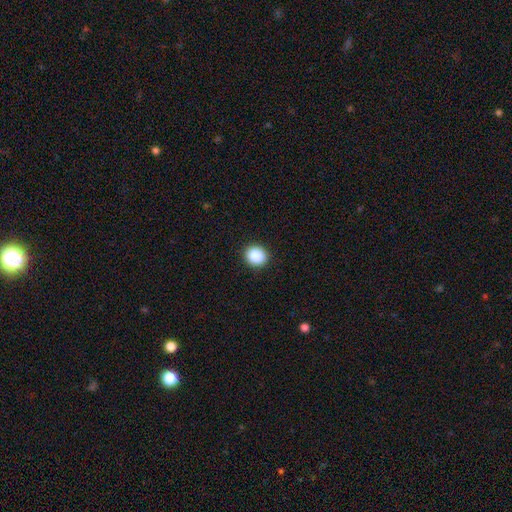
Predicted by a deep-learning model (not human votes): Smooth or featured? Predicted: smooth (p=0.88). How rounded? Predicted: round (p=0.82). Merging? Predicted: none (p=0.92).